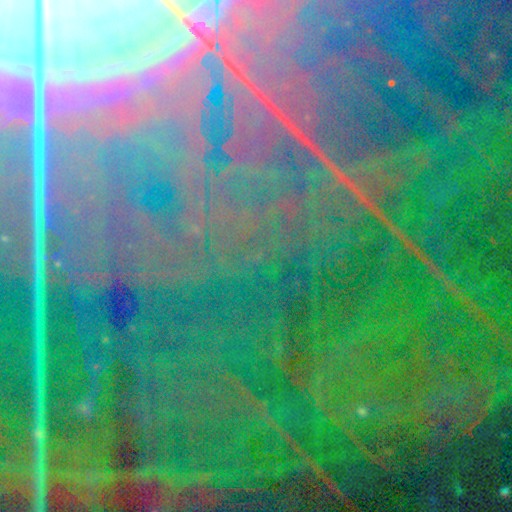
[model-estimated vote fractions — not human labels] Smooth or featured?
  - star or artifact: 87% *
  - featured or disk: 8%
  - smooth: 6%